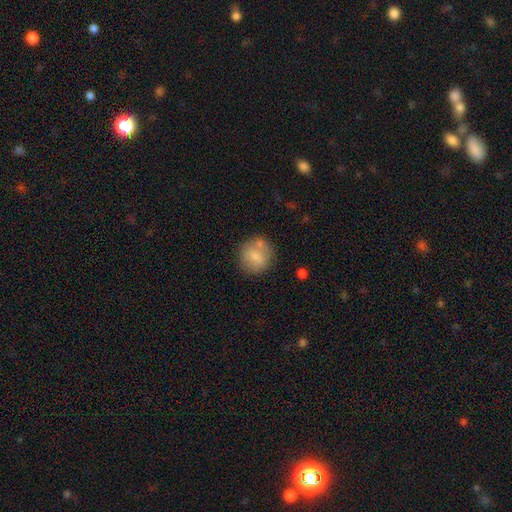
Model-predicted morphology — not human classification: smooth_or_featured: smooth (p=0.76) [alt: featured or disk p=0.17]
how_rounded: round (p=0.88) [alt: in between p=0.11]
merging: none (p=0.65) [alt: minor disturbance p=0.16]